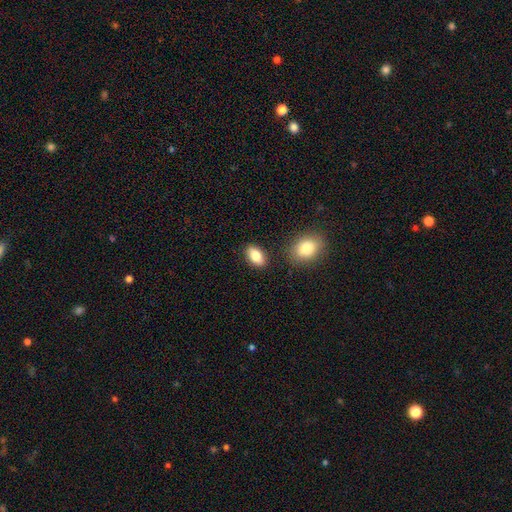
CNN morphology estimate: Smooth or featured? Predicted: smooth (p=0.84). How rounded? Predicted: in between (p=0.91). Merging? Predicted: none (p=0.84).